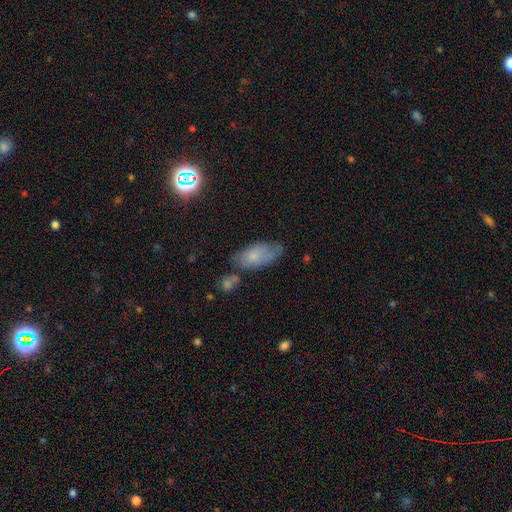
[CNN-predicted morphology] smooth 66%, featured or disk 23%, star or artifact 11%. Down the decision tree: how rounded — in between (88%); merging — none (52%).